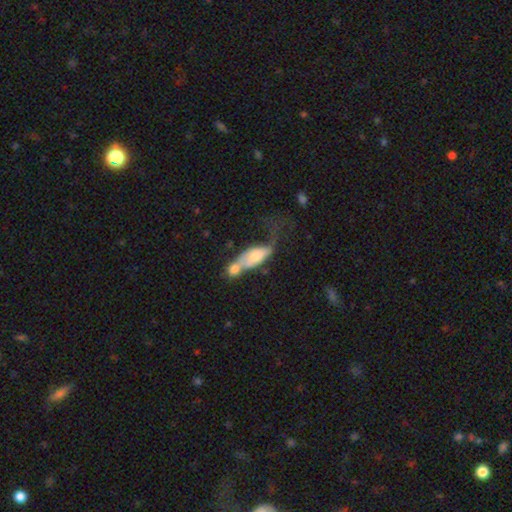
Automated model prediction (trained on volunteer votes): This is possibly a smooth galaxy (47%). Merging: marginally merger (45%).